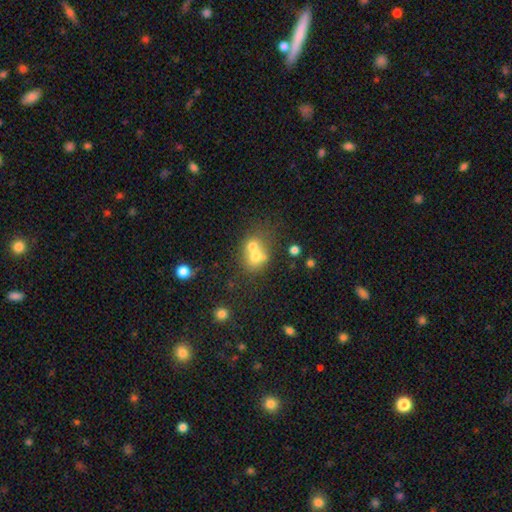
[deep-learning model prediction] smooth-or-featured: smooth: 63% | featured or disk: 24% | star or artifact: 13%
  how-rounded: round: 62% | in between: 37% | cigar-shaped: 1%
  merging: merger: 62% | none: 27% | minor disturbance: 7% | major disturbance: 4%